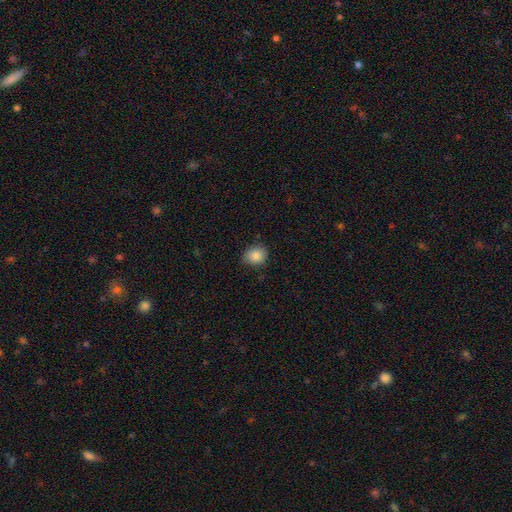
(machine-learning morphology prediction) This appears to be a smooth galaxy with no disk features (86%) that is round (66%). Merging: none (76%).